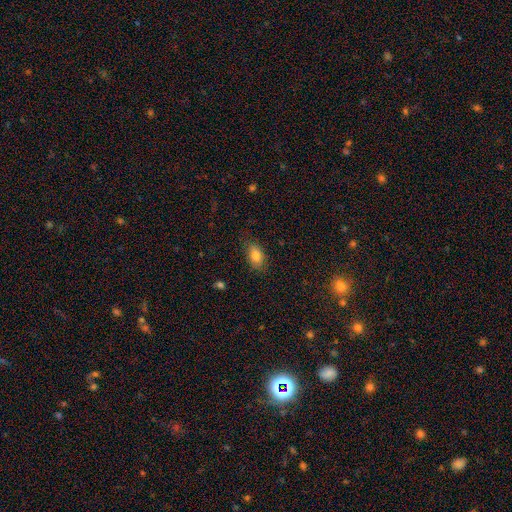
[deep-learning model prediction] This is clearly a smooth galaxy (82%). How rounded: clearly in between (88%). Merging: likely none (79%).